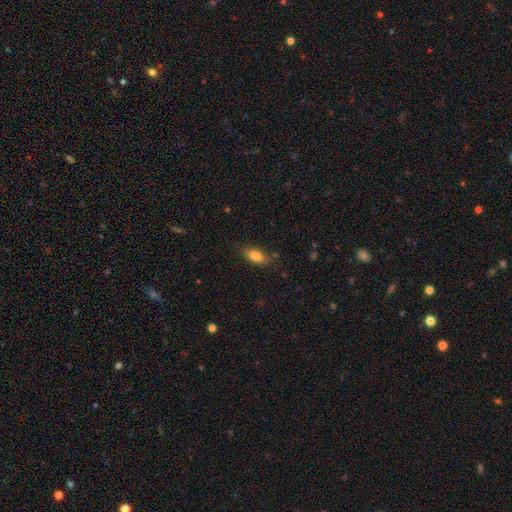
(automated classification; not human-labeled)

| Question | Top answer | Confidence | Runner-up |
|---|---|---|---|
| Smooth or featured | smooth | 78% | featured or disk (14%) |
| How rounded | in between | 80% | cigar-shaped (16%) |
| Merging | none | 81% | minor disturbance (14%) |